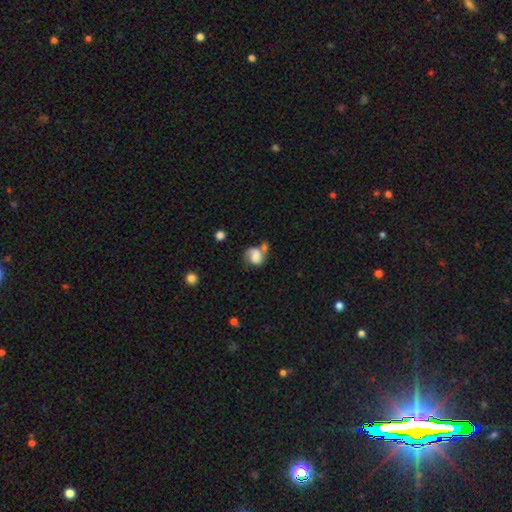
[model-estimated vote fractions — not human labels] Smooth or featured: smooth — 58% (featured or disk — 32%)
How rounded: round — 57% (in between — 42%)
Merging: merger — 31% (none — 30%)